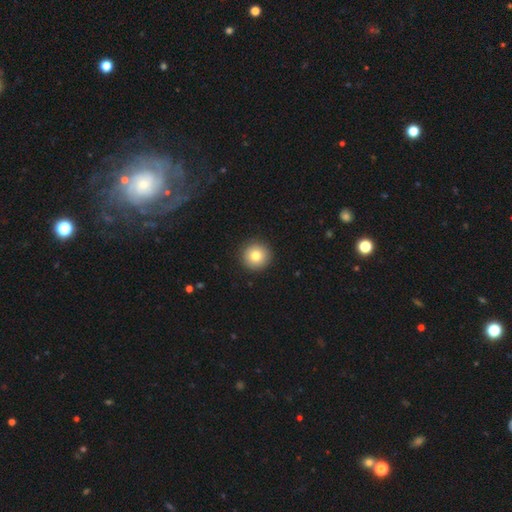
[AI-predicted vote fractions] smooth-or-featured: smooth: 79% | featured or disk: 11% | star or artifact: 10%
  how-rounded: round: 96% | in between: 3% | cigar-shaped: 1%
  merging: none: 93% | minor disturbance: 5% | major disturbance: 2% | merger: 1%